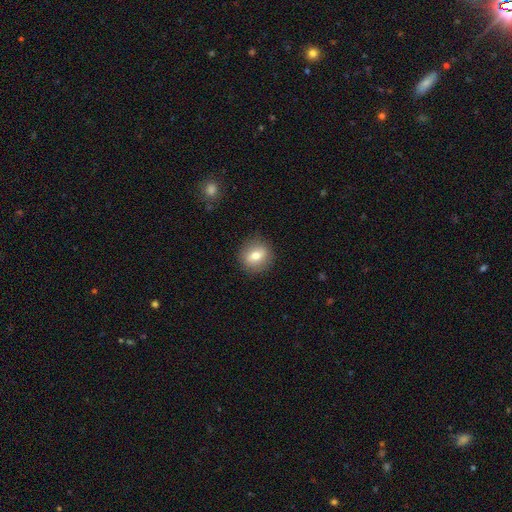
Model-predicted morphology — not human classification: A smooth galaxy with no disk features (72%) that is round (79%). Merging: none (88%).